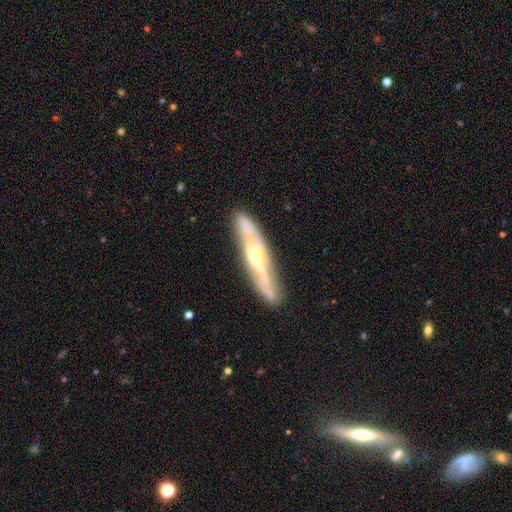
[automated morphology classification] A featured or disk galaxy (75%) viewed edge-on (75%) with a rounded central bulge (79%). Merging: none (81%).